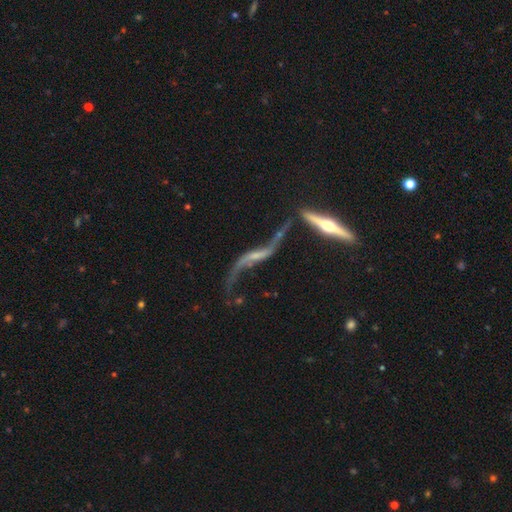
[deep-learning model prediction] featured or disk 87%, star or artifact 7%, smooth 6%. Down the decision tree: edge-on disk — no (67%); bar — no (43%); spiral arms — yes (88%); spiral arm count — 2 (92%); spiral winding — loose (94%); bulge size — small (52%); merging — none (41%).